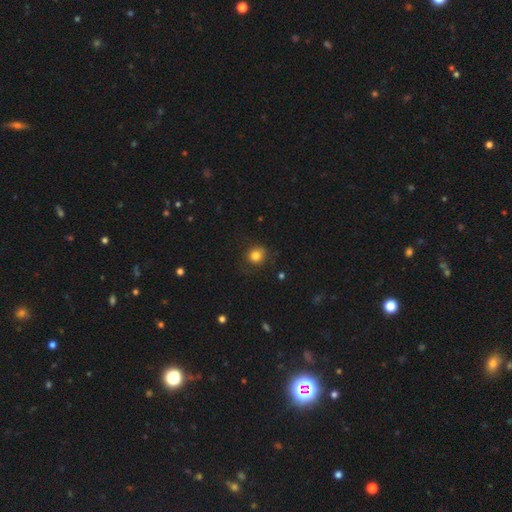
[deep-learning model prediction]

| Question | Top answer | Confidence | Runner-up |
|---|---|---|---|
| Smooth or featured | smooth | 82% | star or artifact (12%) |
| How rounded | round | 85% | in between (14%) |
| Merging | none | 82% | minor disturbance (13%) |